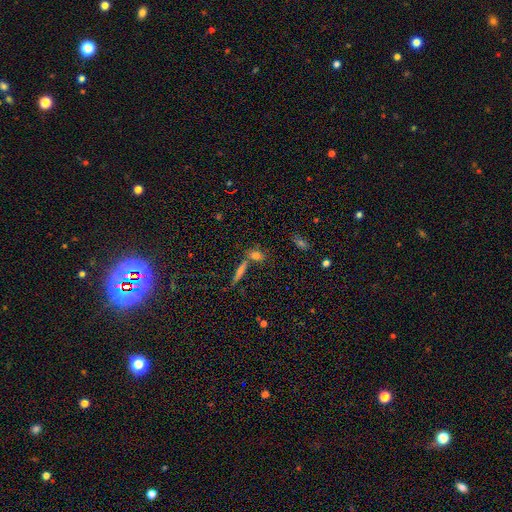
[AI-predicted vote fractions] Smooth or featured?
  - smooth: 67% *
  - featured or disk: 18%
  - star or artifact: 14%
How rounded?
  - in between: 52% *
  - cigar-shaped: 28%
  - round: 20%
Merging?
  - none: 60% *
  - merger: 24%
  - minor disturbance: 11%
  - major disturbance: 4%